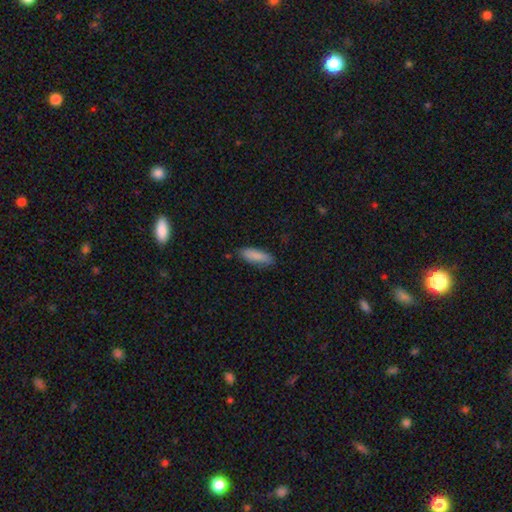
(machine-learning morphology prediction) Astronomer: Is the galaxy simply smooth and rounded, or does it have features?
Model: smooth — 87%.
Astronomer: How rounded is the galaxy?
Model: in between — 57% (runner-up: cigar-shaped, 41%).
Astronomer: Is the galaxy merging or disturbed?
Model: none — 82%.